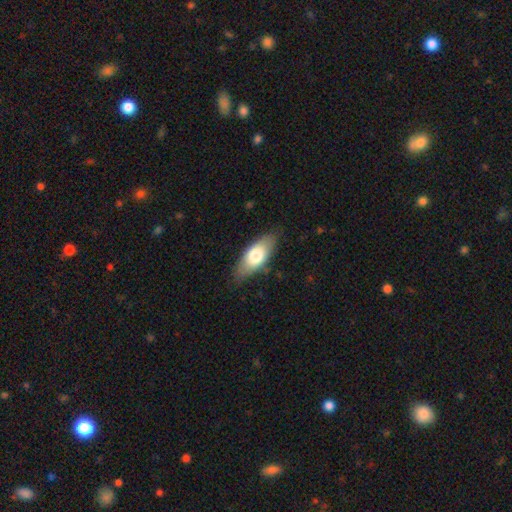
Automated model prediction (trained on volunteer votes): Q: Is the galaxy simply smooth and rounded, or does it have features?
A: smooth — 72%.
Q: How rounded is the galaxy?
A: in between — 84%.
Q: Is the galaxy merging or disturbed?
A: none — 79%.